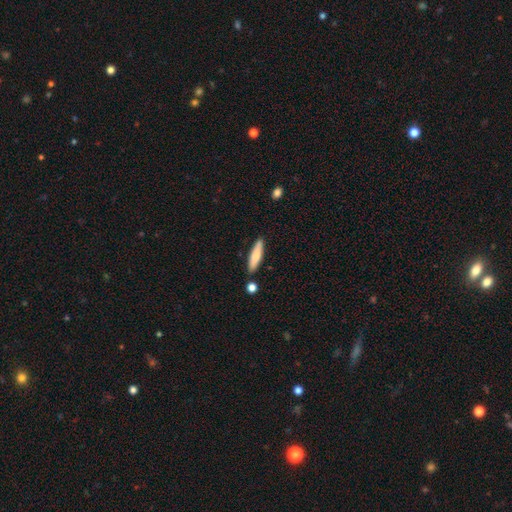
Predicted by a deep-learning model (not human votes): Overall: smooth (75%). How rounded: cigar-shaped (75%). Merging: none (84%).